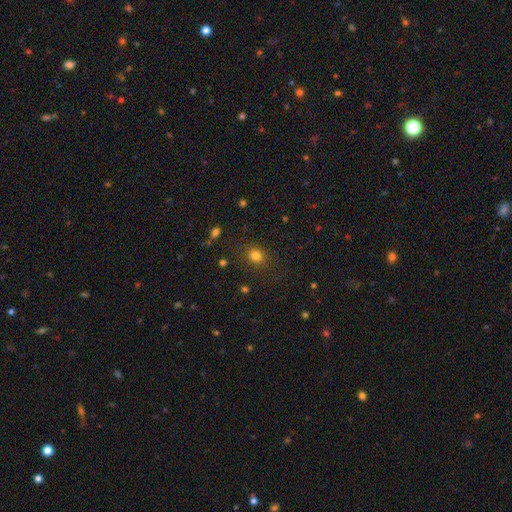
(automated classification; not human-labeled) This is likely a smooth galaxy (79%). How rounded: likely round (76%). Merging: clearly none (84%).